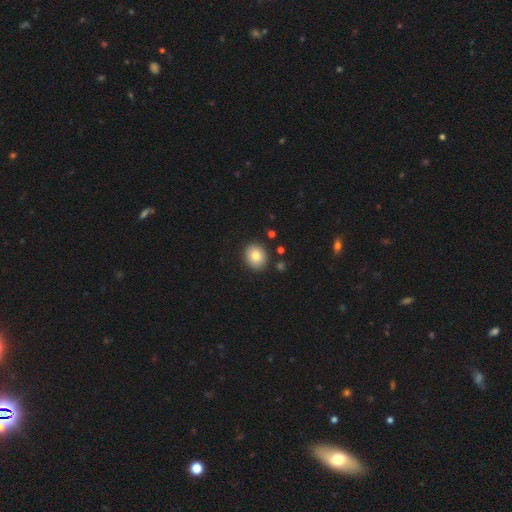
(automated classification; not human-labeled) Overall: smooth (83%). How rounded: round (61%; in between 38%). Merging: none (88%).